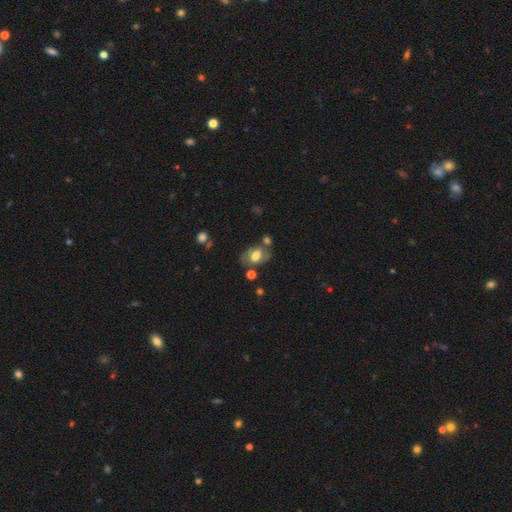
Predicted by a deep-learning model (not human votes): The model was most divided on "smooth or featured": smooth: 52%, featured or disk: 39%, star or artifact: 9%. More confident: how rounded — in between (81%); merging — none (58%).